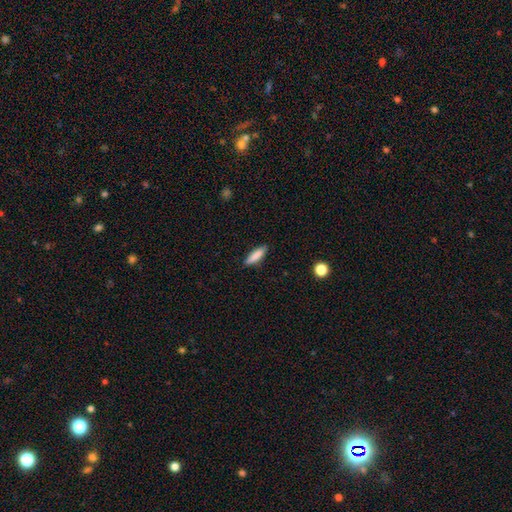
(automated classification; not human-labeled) Smooth or featured? Predicted: smooth (p=0.84). How rounded? Predicted: cigar-shaped (p=0.64). Merging? Predicted: none (p=0.87).